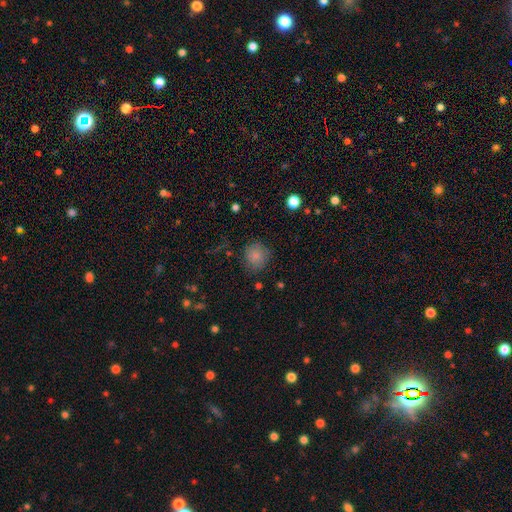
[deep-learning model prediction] Smooth or featured? smooth (82%)
How rounded? round (87%)
Merging? none (78%)